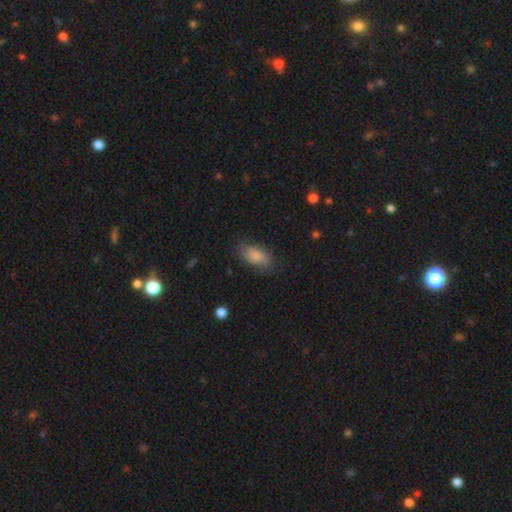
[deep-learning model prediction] Smooth or featured: smooth — 84% (featured or disk — 9%)
How rounded: in between — 92% (round — 5%)
Merging: none — 76% (minor disturbance — 17%)